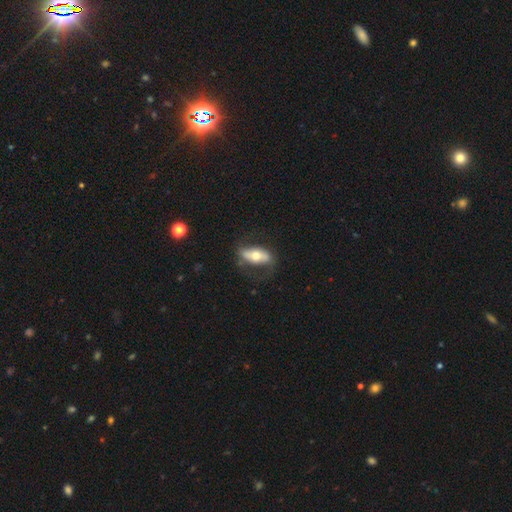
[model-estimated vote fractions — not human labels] featured or disk 48%, smooth 47%, star or artifact 6%. Down the decision tree: merging — none (67%).